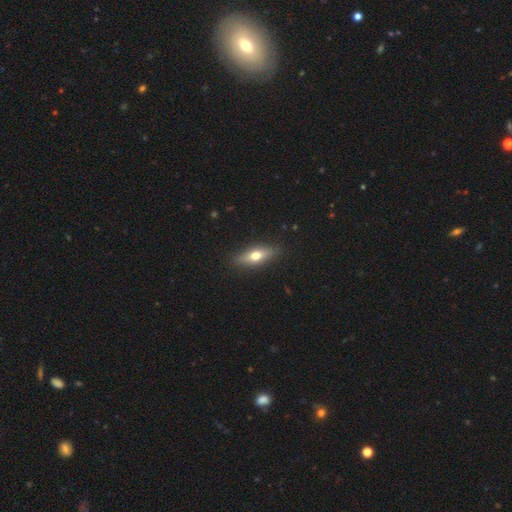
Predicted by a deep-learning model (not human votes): smooth 57%, featured or disk 36%, star or artifact 7%. Down the decision tree: how rounded — in between (54%); merging — none (88%).